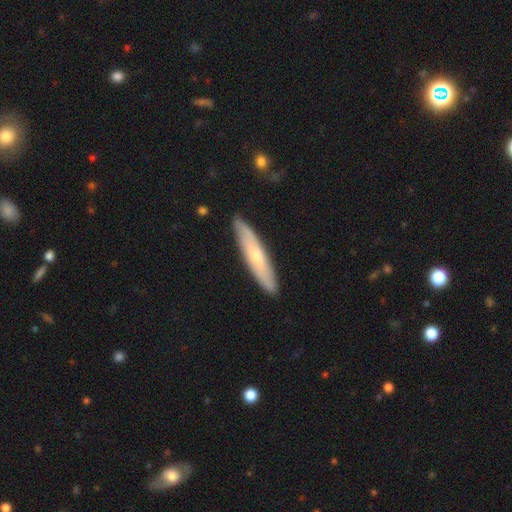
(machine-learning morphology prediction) The model was most divided on "smooth or featured": smooth: 52%, featured or disk: 43%, star or artifact: 5%. More confident: merging — none (88%); how rounded — cigar-shaped (87%).